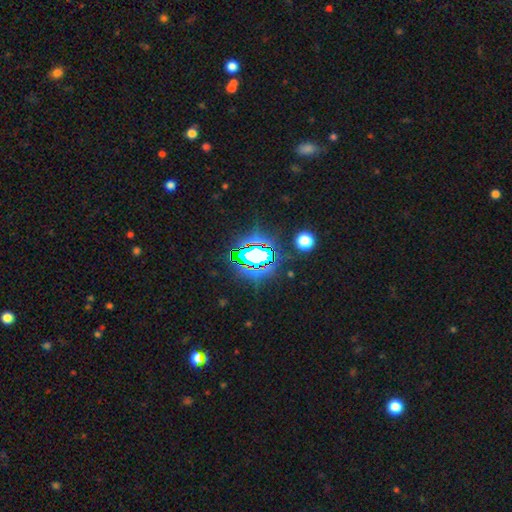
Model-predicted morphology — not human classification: This is likely a star or artifact rather than a galaxy (71%).